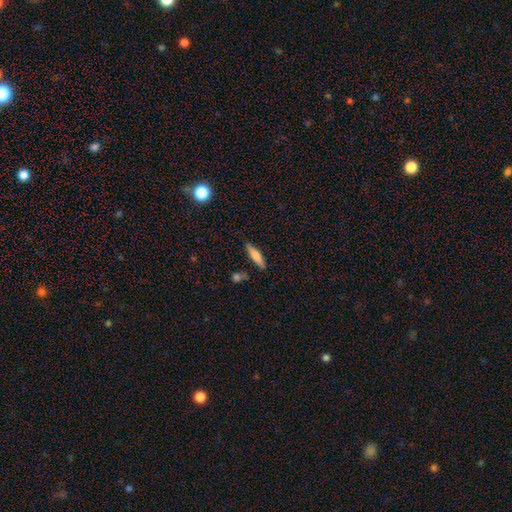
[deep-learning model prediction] Smooth or featured?
  - smooth: 70% *
  - featured or disk: 24%
  - star or artifact: 7%
How rounded?
  - cigar-shaped: 74% *
  - in between: 24%
  - round: 2%
Merging?
  - none: 81% *
  - minor disturbance: 12%
  - merger: 4%
  - major disturbance: 3%